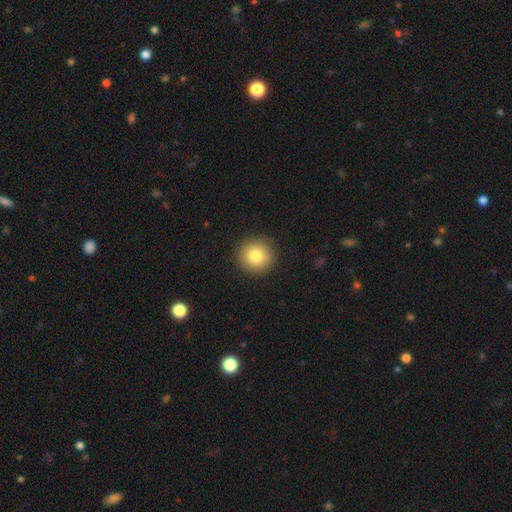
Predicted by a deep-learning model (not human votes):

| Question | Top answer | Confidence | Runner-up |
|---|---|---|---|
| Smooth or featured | smooth | 82% | star or artifact (10%) |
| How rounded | round | 94% | in between (5%) |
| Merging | none | 91% | minor disturbance (6%) |